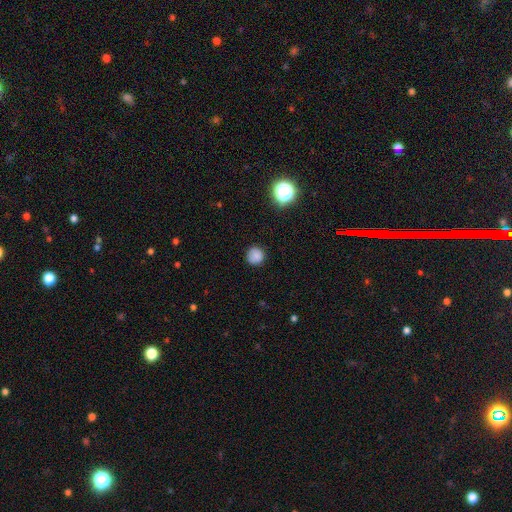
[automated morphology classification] smooth 82%, star or artifact 13%, featured or disk 5%. Down the decision tree: how rounded — round (93%); merging — none (86%).